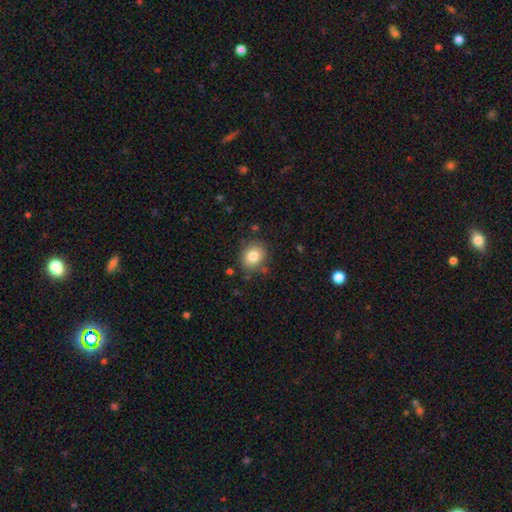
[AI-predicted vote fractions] A smooth galaxy with no disk features (82%) that is round (60%).

Vote fractions:
- Smooth or featured? smooth: 82% / star or artifact: 10% / featured or disk: 8%
- How rounded? round: 60% / in between: 39% / cigar-shaped: 1%
- Merging? none: 83% / minor disturbance: 12% / major disturbance: 3% / merger: 2%